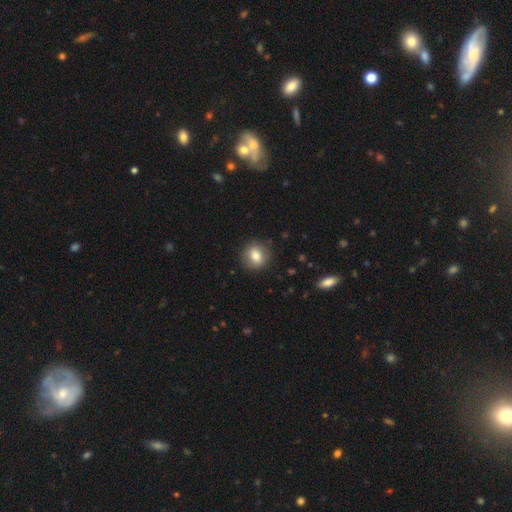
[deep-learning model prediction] This is likely a smooth galaxy (79%). How rounded: likely round (78%). Merging: clearly none (88%).